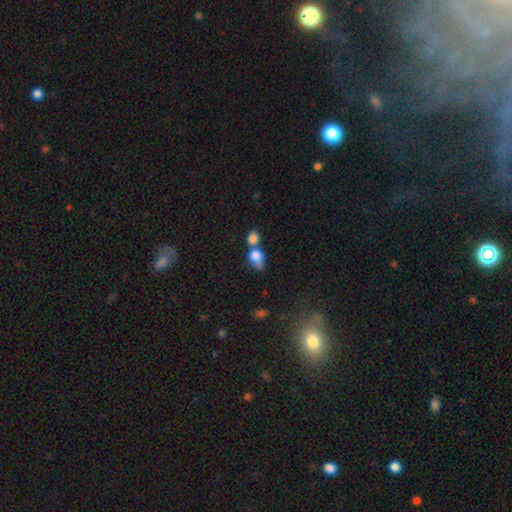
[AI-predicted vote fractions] The model was most divided on "how rounded": in between: 60%, round: 37%, cigar-shaped: 3%. More confident: smooth or featured — smooth (77%); merging — merger (59%).